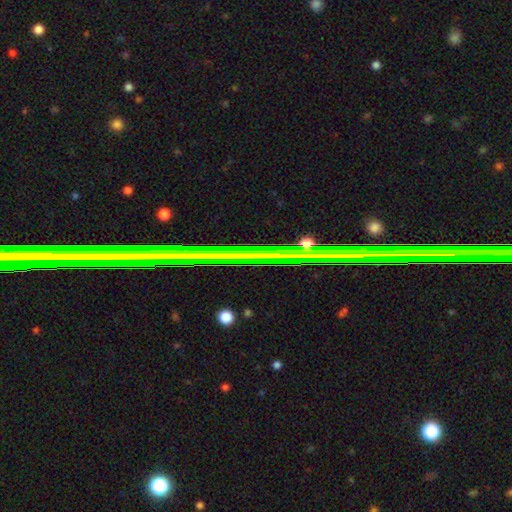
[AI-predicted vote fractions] smooth_or_featured: star or artifact (p=0.68) [alt: featured or disk p=0.23]